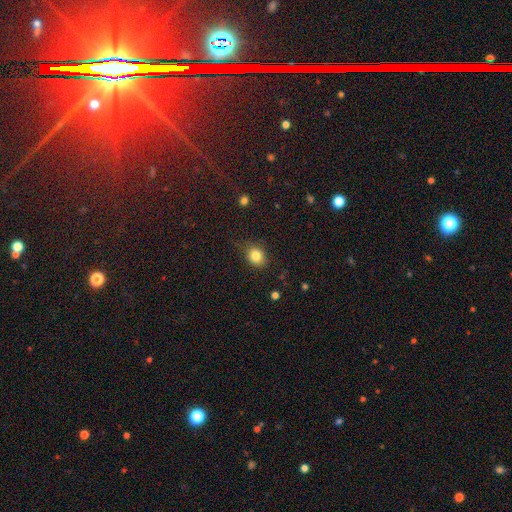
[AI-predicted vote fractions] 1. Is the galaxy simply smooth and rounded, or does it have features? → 83% smooth, 11% star or artifact, 6% featured or disk.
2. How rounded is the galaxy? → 55% round, 44% in between, 1% cigar-shaped.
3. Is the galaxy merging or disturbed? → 80% none, 15% minor disturbance, 4% major disturbance, 1% merger.